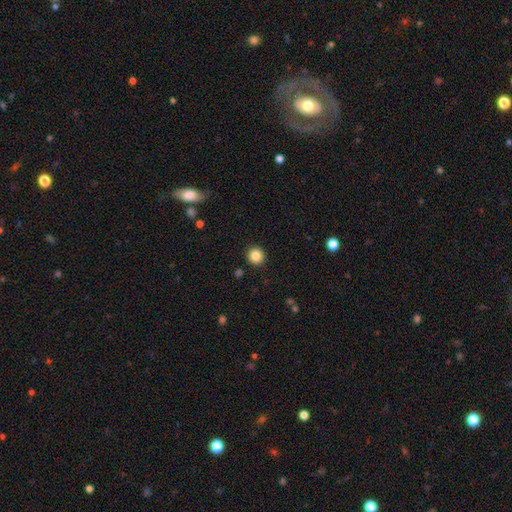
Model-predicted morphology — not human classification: This is clearly a smooth galaxy (85%). How rounded: clearly round (93%). Merging: clearly none (92%).